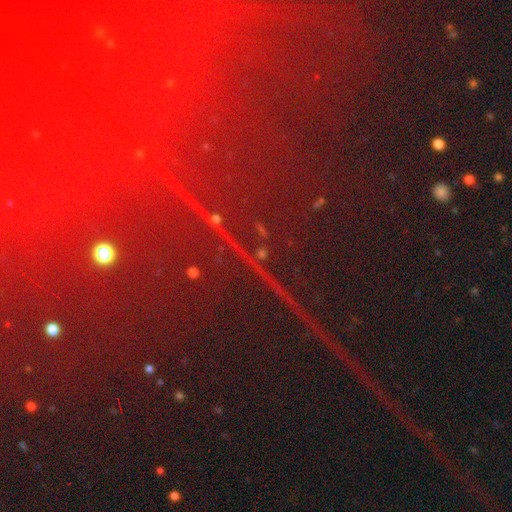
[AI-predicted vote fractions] Q: Smooth or featured?
A: star or artifact (87%); runner-up: featured or disk (7%)